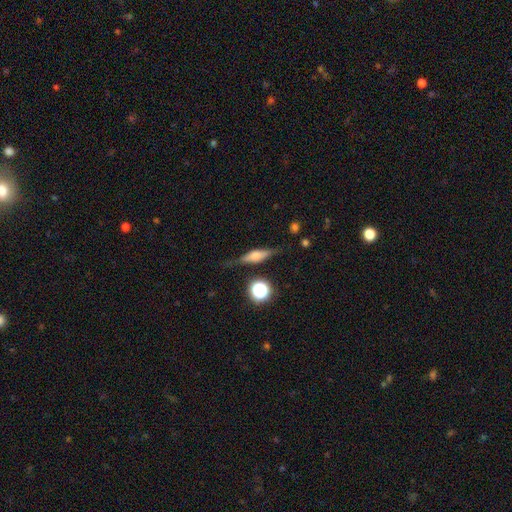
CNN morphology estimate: Smooth or featured: featured or disk — 54% (smooth — 37%)
Edge-on disk: yes — 92% (no — 8%)
Merging: none — 74% (minor disturbance — 18%)